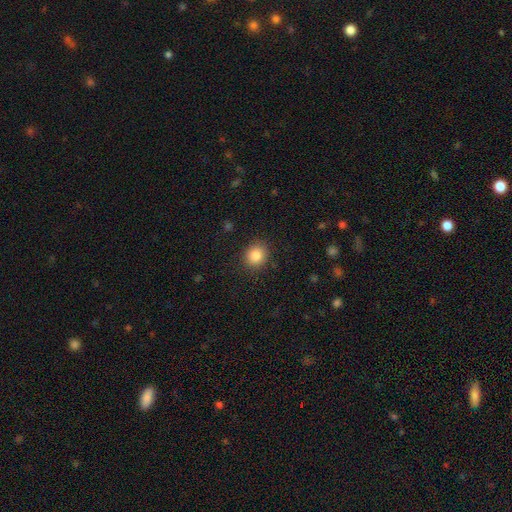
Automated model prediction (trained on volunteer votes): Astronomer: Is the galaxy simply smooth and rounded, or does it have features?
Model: smooth — 85%.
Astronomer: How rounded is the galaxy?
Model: round — 82%.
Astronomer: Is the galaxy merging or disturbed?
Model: none — 89%.